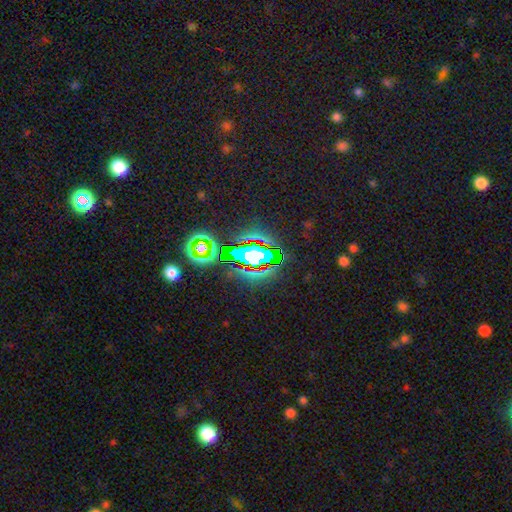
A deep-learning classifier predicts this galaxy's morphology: This is possibly a star or artifact rather than a galaxy (57%).